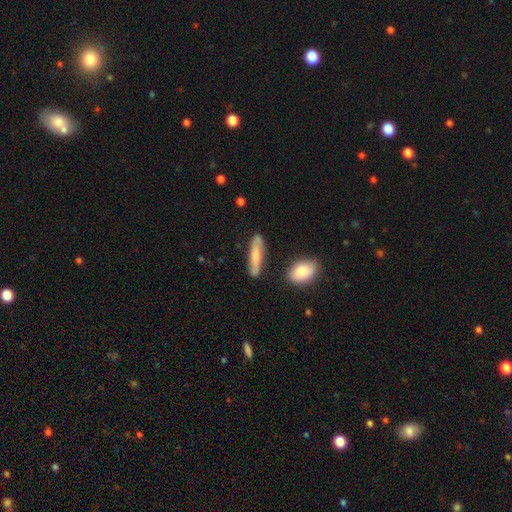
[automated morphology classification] This appears to be a smooth galaxy with no disk features (65%) that is cigar-shaped (78%). Merging: none (78%).